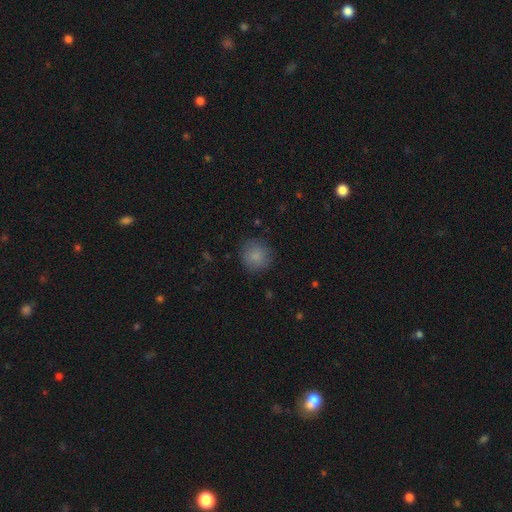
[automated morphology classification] smooth 85%, star or artifact 9%, featured or disk 6%. Down the decision tree: how rounded — round (92%); merging — none (85%).